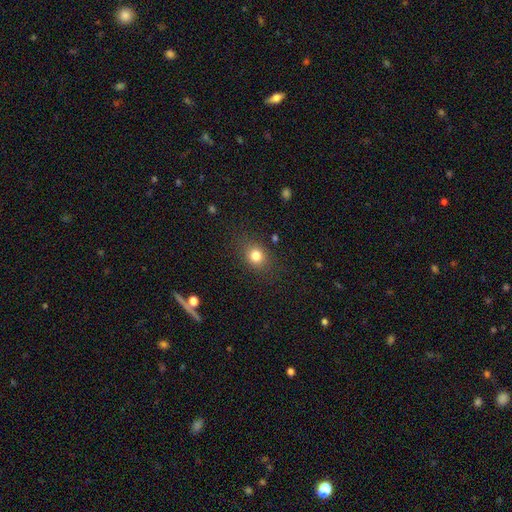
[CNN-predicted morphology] A smooth galaxy with no disk features (80%) that is round (61%). Merging: none (82%).